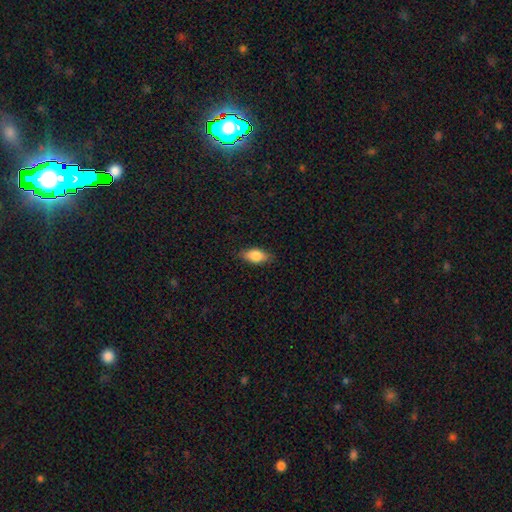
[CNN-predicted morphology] Q: Smooth or featured?
A: smooth (81%); runner-up: featured or disk (12%)
Q: How rounded?
A: in between (87%); runner-up: cigar-shaped (8%)
Q: Merging?
A: none (83%); runner-up: minor disturbance (14%)